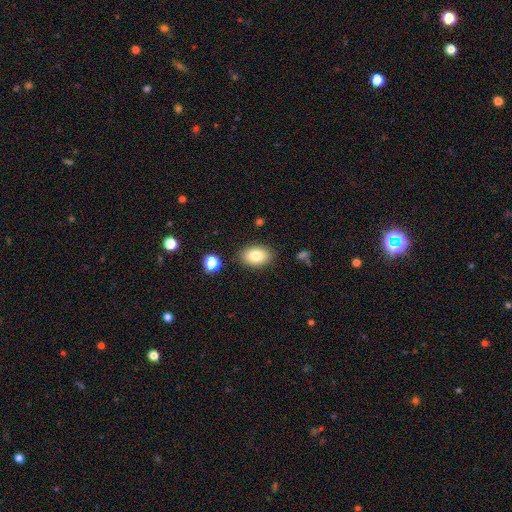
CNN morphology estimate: Overall: smooth (82%). How rounded: in between (84%). Merging: none (85%).